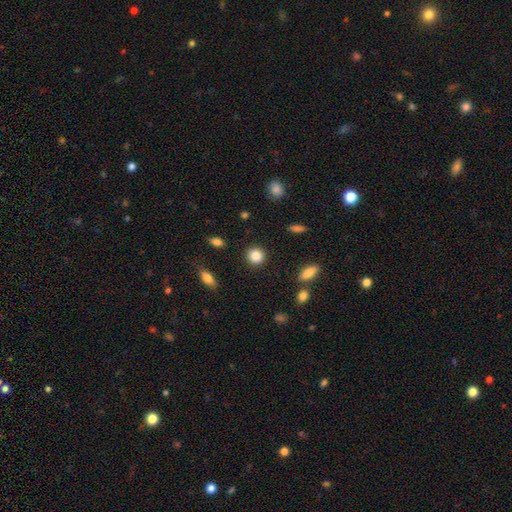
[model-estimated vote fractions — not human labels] Overall: smooth (86%). How rounded: round (90%). Merging: none (90%).